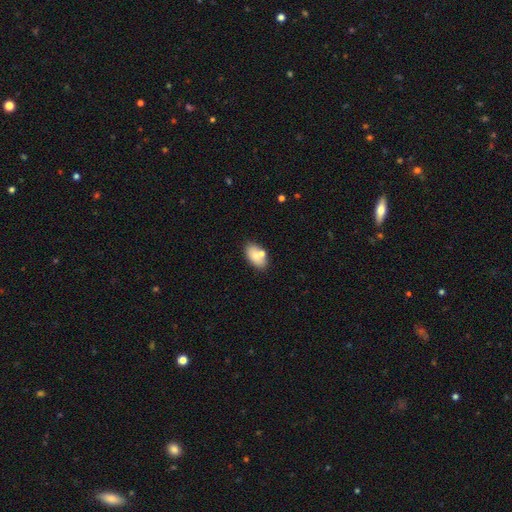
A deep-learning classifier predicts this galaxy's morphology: Smooth or featured? Predicted: smooth (p=0.78). How rounded? Predicted: in between (p=0.92). Merging? Predicted: none (p=0.69).